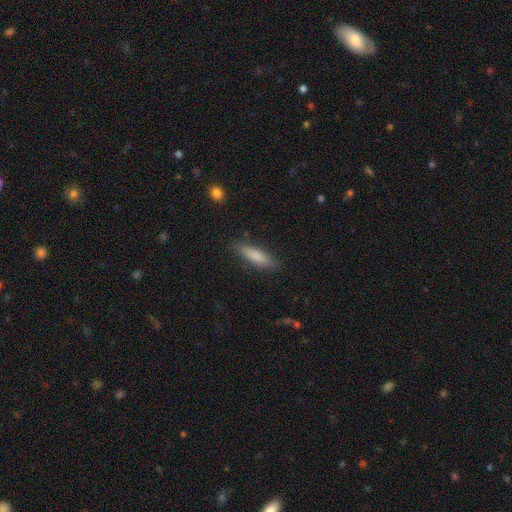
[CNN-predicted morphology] Q: Smooth or featured?
A: smooth (79%); runner-up: featured or disk (14%)
Q: How rounded?
A: cigar-shaped (67%); runner-up: in between (32%)
Q: Merging?
A: none (84%); runner-up: minor disturbance (12%)